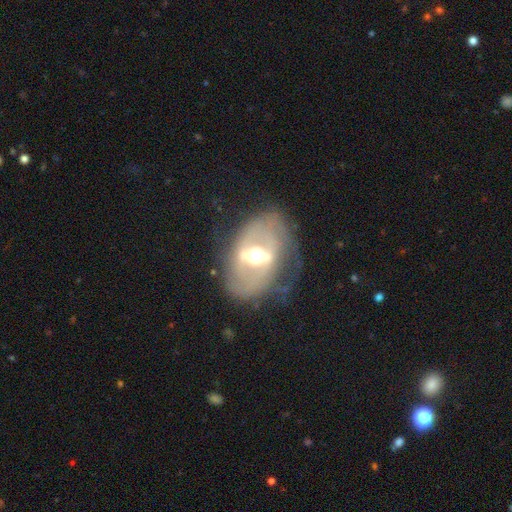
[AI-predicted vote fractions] Smooth or featured?
  - featured or disk: 76% *
  - smooth: 16%
  - star or artifact: 8%
Edge-on disk?
  - no: 93% *
  - yes: 7%
Bar?
  - weak: 43% *
  - strong: 40%
  - no: 17%
Spiral arms?
  - yes: 66% *
  - no: 34%
Bulge size?
  - moderate: 69% *
  - large: 15%
  - small: 13%
  - dominant: 1%
  - none: 1%
Merging?
  - none: 64% *
  - minor disturbance: 22%
  - major disturbance: 12%
  - merger: 2%